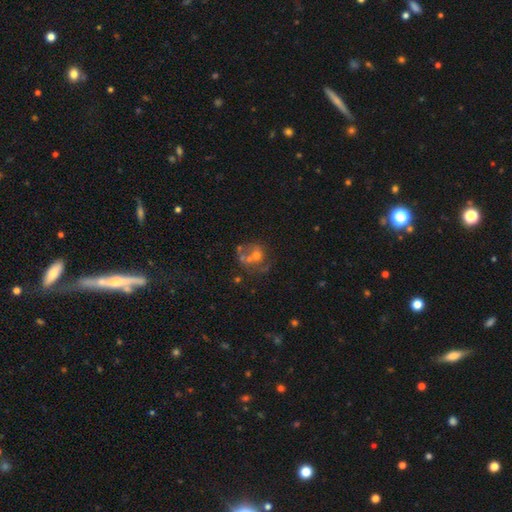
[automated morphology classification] smooth-or-featured: featured or disk: 49% | smooth: 36% | star or artifact: 16%
  merging: none: 34% | merger: 32% | major disturbance: 20% | minor disturbance: 15%